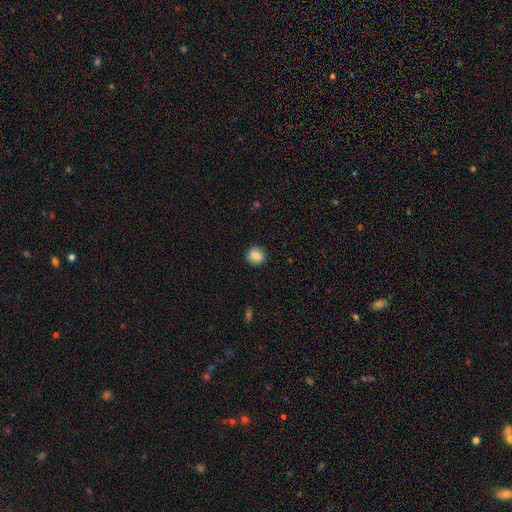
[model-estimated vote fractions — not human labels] A smooth galaxy with no disk features (84%) that is round (85%).

Vote fractions:
- Smooth or featured? smooth: 84% / star or artifact: 9% / featured or disk: 7%
- How rounded? round: 85% / in between: 14% / cigar-shaped: 1%
- Merging? none: 88% / minor disturbance: 9% / major disturbance: 2% / merger: 1%